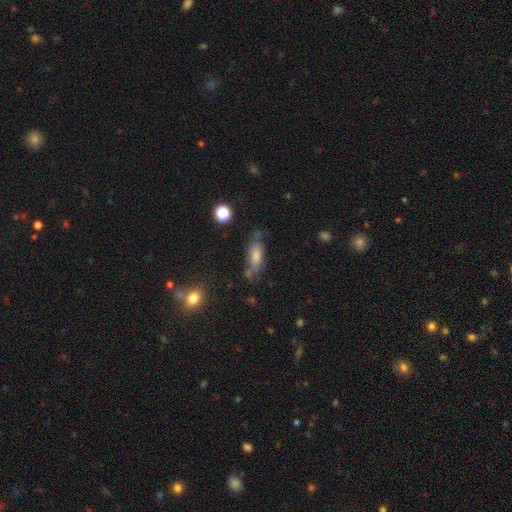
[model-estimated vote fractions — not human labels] Q: Smooth or featured?
A: smooth (58%); runner-up: featured or disk (28%)
Q: How rounded?
A: in between (64%); runner-up: cigar-shaped (31%)
Q: Merging?
A: none (62%); runner-up: minor disturbance (23%)